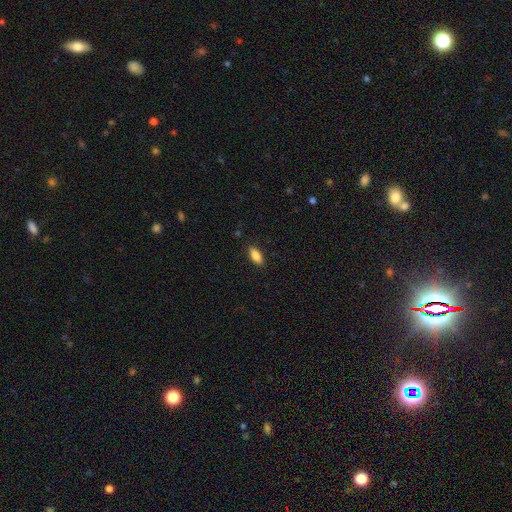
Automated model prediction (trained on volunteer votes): smooth-or-featured: smooth: 86% | star or artifact: 7% | featured or disk: 6%
  how-rounded: in between: 85% | cigar-shaped: 13% | round: 2%
  merging: none: 88% | minor disturbance: 9% | major disturbance: 2% | merger: 1%